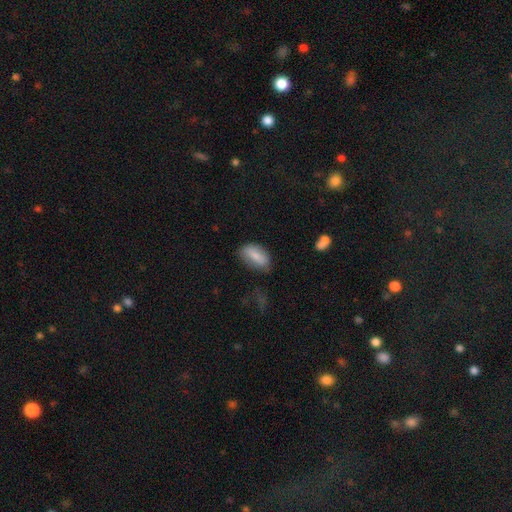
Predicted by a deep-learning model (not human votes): The model was most divided on "merging": none: 69%, minor disturbance: 22%, major disturbance: 6%, merger: 2%. More confident: how rounded — in between (88%); smooth or featured — smooth (77%).